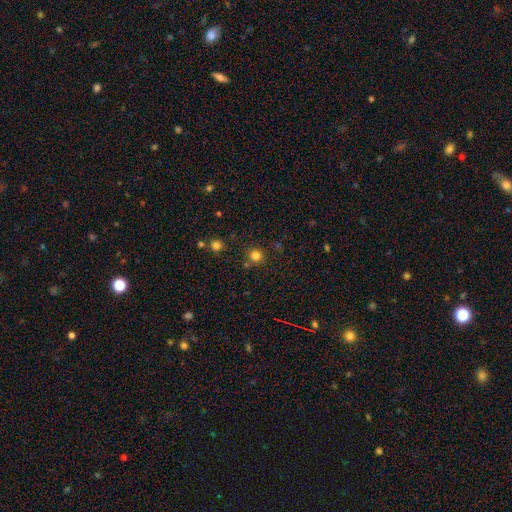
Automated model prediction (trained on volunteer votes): The model was most divided on "smooth or featured": smooth: 79%, star or artifact: 16%, featured or disk: 5%. More confident: how rounded — round (93%); merging — none (81%).